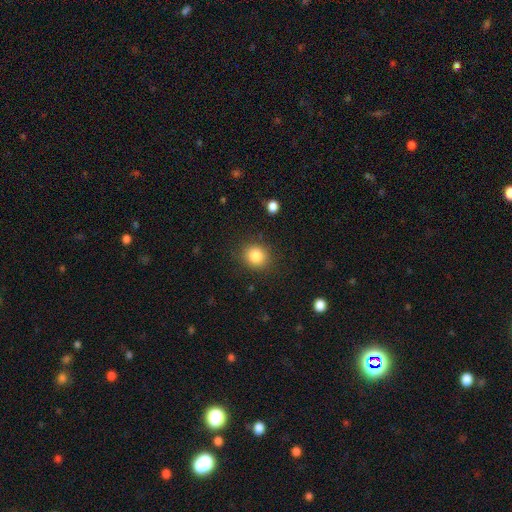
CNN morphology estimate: smooth 84%, star or artifact 10%, featured or disk 5%. Down the decision tree: how rounded — round (81%); merging — none (87%).